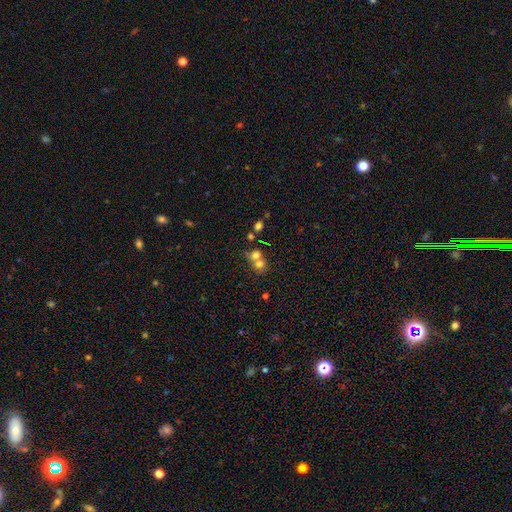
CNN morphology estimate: smooth-or-featured: smooth: 68% | featured or disk: 17% | star or artifact: 15%
  how-rounded: round: 73% | in between: 26% | cigar-shaped: 1%
  merging: merger: 61% | none: 29% | minor disturbance: 6% | major disturbance: 4%